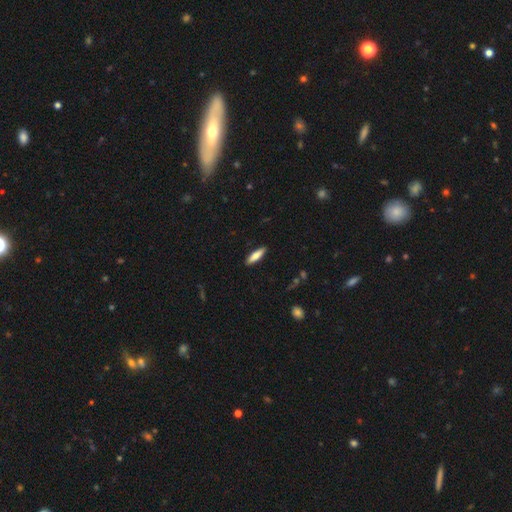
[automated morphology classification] The model was most divided on "how rounded": cigar-shaped: 68%, in between: 31%, round: 2%. More confident: merging — none (90%); smooth or featured — smooth (74%).